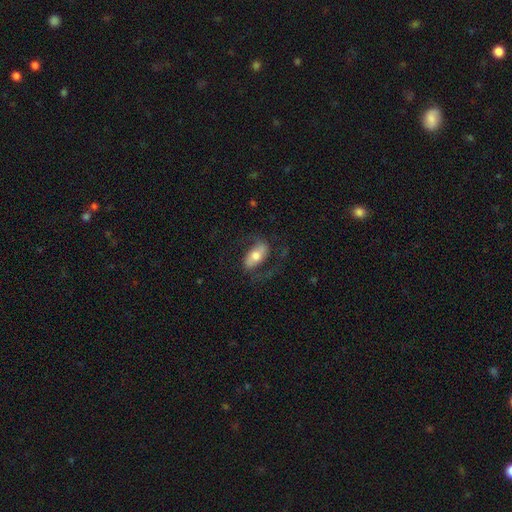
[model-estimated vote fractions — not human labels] Q: Smooth or featured?
A: featured or disk (50%); runner-up: smooth (43%)
Q: Edge-on disk?
A: no (89%); runner-up: yes (11%)
Q: Merging?
A: none (66%); runner-up: minor disturbance (16%)